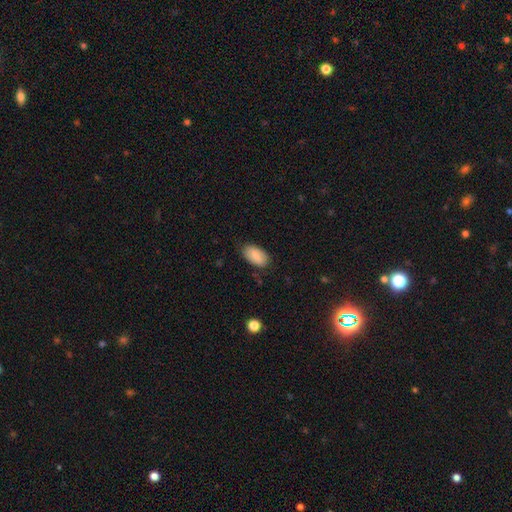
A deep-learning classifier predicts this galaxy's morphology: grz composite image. It shows a smooth galaxy with no disk features (84%) that is in between round and cigar-shaped (94%). Merging: none (79%).